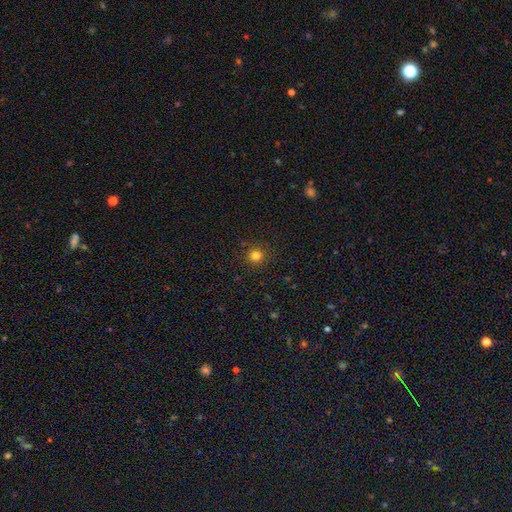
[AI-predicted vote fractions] This is clearly a smooth galaxy (80%). How rounded: clearly round (93%). Merging: clearly none (90%).